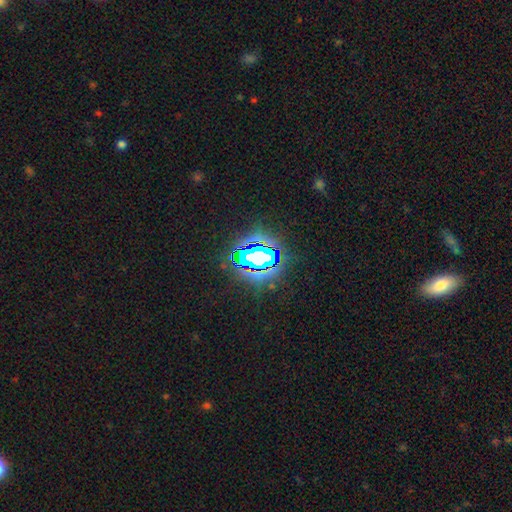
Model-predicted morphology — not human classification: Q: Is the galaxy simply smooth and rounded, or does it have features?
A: star or artifact — 80%.